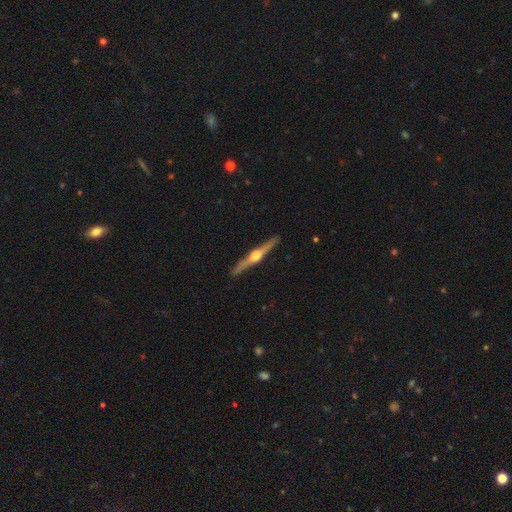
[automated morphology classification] Smooth or featured?
  - featured or disk: 83% *
  - smooth: 13%
  - star or artifact: 5%
Edge-on disk?
  - yes: 98% *
  - no: 2%
Edge-on bulge?
  - rounded: 96% *
  - boxy: 2%
  - none: 2%
Merging?
  - none: 91% *
  - minor disturbance: 6%
  - major disturbance: 1%
  - merger: 1%